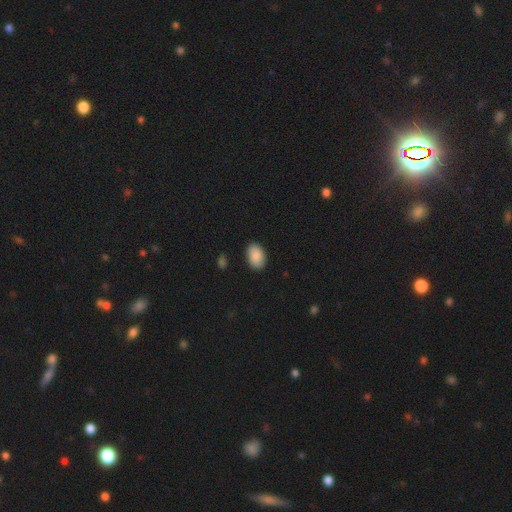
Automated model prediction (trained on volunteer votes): Smooth or featured? Predicted: smooth (p=0.89). How rounded? Predicted: in between (p=0.89). Merging? Predicted: none (p=0.87).